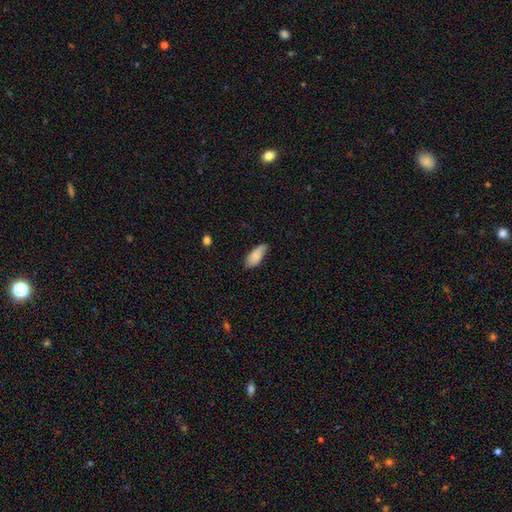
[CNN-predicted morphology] A smooth galaxy with no disk features (81%) that is in between round and cigar-shaped (88%). Merging: none (62%).